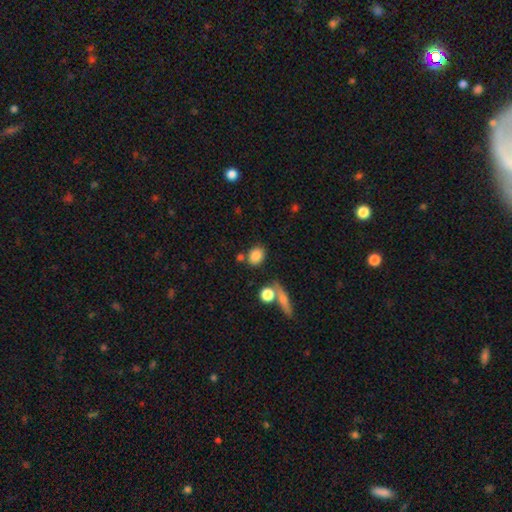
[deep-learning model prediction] Smooth or featured: smooth — 84% (star or artifact — 9%)
How rounded: in between — 51% (round — 47%)
Merging: none — 74% (merger — 11%)